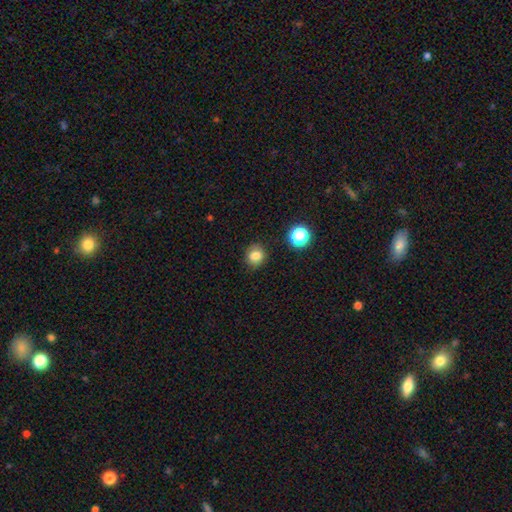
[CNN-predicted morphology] A smooth galaxy with no disk features (80%) that is round (80%).

Vote fractions:
- Smooth or featured? smooth: 80% / star or artifact: 13% / featured or disk: 7%
- How rounded? round: 80% / in between: 19% / cigar-shaped: 1%
- Merging? none: 85% / minor disturbance: 10% / major disturbance: 3% / merger: 2%